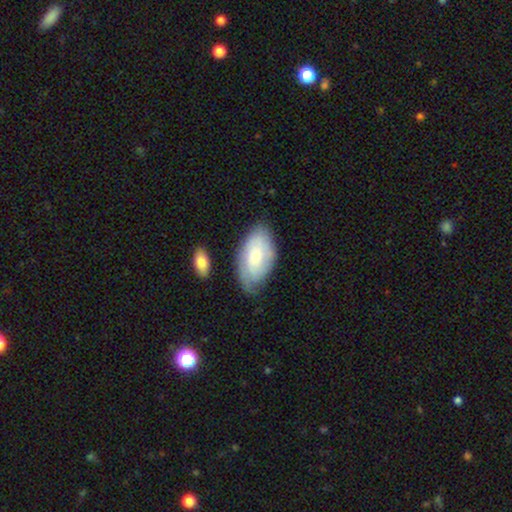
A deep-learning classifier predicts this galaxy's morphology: The model was most divided on "smooth or featured": smooth: 60%, featured or disk: 34%, star or artifact: 6%. More confident: how rounded — in between (94%); merging — none (63%).